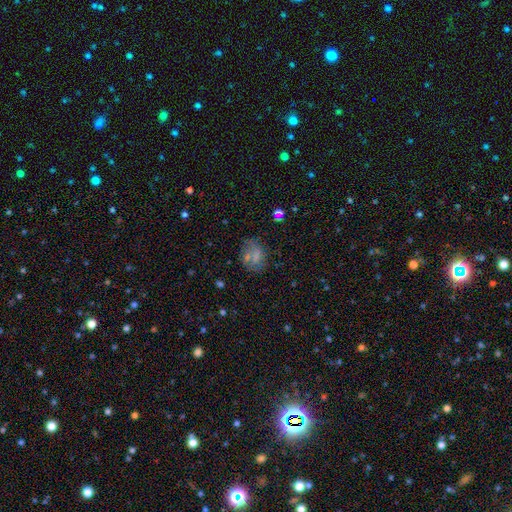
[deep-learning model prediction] Smooth or featured?
  - smooth: 58% *
  - featured or disk: 28%
  - star or artifact: 14%
How rounded?
  - in between: 60% *
  - round: 39%
  - cigar-shaped: 2%
Merging?
  - none: 51% *
  - minor disturbance: 22%
  - major disturbance: 14%
  - merger: 12%